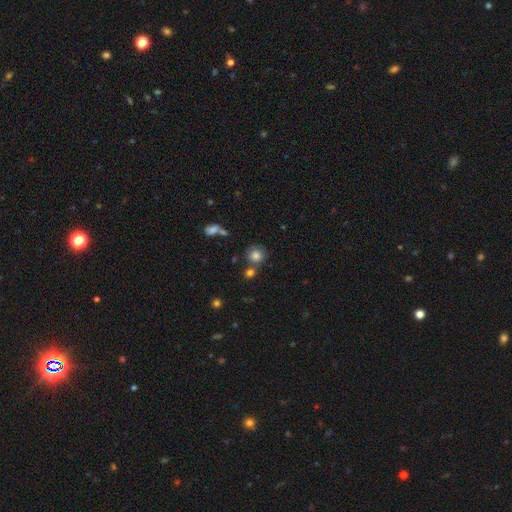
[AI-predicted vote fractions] Morphology: type=smooth (81%); roundness=round (88%); merging=none (69%).